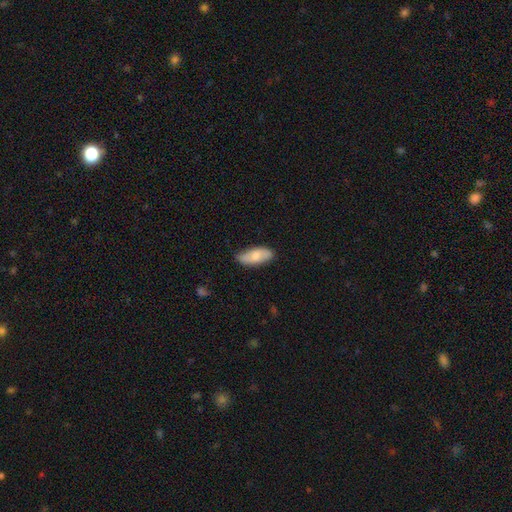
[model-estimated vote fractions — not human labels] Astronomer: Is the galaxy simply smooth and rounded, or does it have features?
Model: smooth — 72%.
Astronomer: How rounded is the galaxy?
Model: in between — 81%.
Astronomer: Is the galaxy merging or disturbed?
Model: none — 78%.